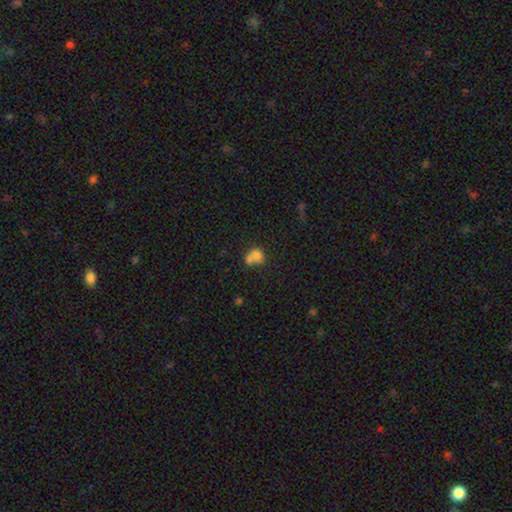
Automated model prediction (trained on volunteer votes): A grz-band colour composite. It shows a smooth galaxy with no disk features (71%) that is round (57%). Merging: merger (60%).